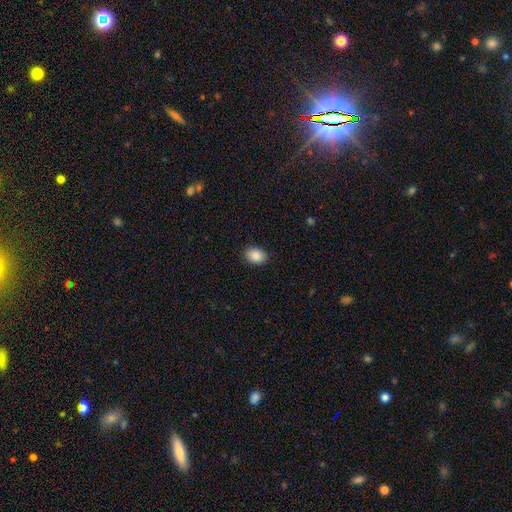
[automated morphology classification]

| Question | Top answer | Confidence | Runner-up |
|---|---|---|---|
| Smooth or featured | smooth | 88% | star or artifact (8%) |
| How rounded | in between | 76% | round (23%) |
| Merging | none | 89% | minor disturbance (8%) |